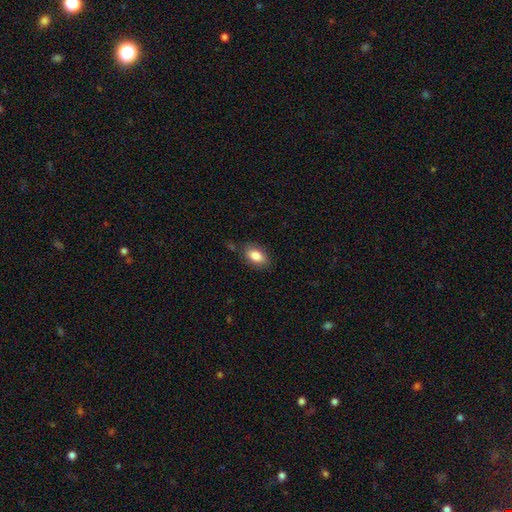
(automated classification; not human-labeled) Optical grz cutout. It shows a smooth galaxy with no disk features (84%) that is in between round and cigar-shaped (89%). Merging: none (80%).